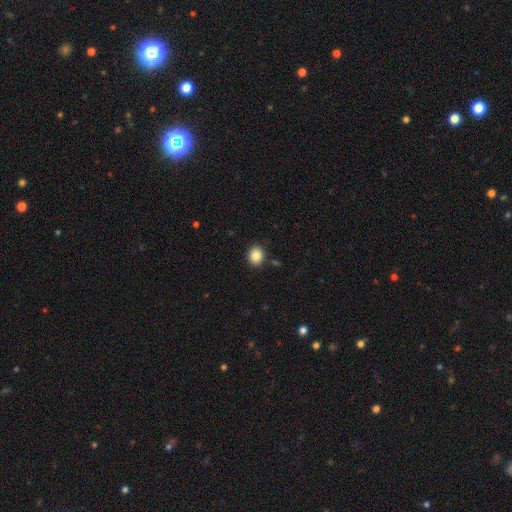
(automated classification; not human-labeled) Overall: smooth (86%). How rounded: round (67%; in between 32%). Merging: none (89%).